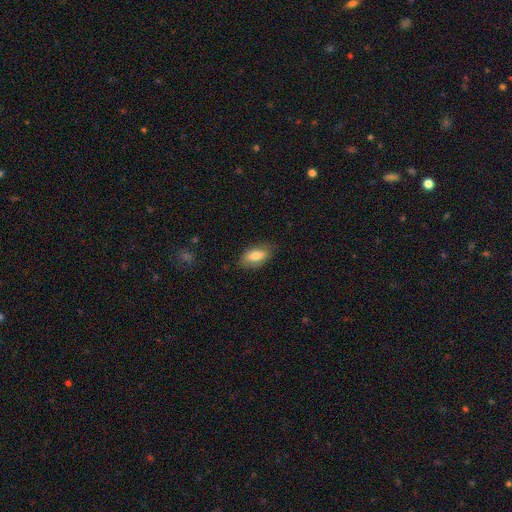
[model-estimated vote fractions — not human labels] Morphology: type=smooth (73%); roundness=in between (90%); merging=none (76%).